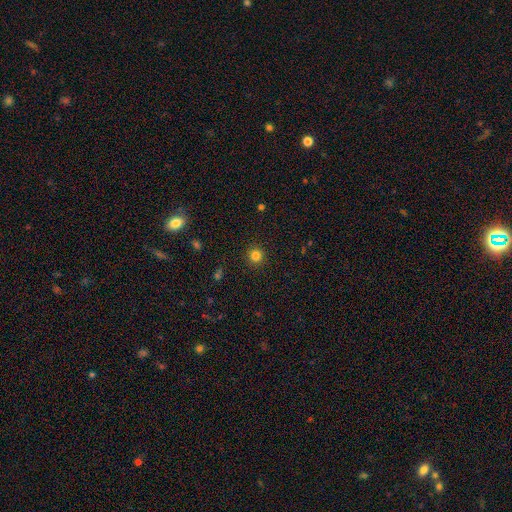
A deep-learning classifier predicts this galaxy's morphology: The model was most divided on "smooth or featured": smooth: 82%, star or artifact: 13%, featured or disk: 5%. More confident: how rounded — round (94%); merging — none (91%).